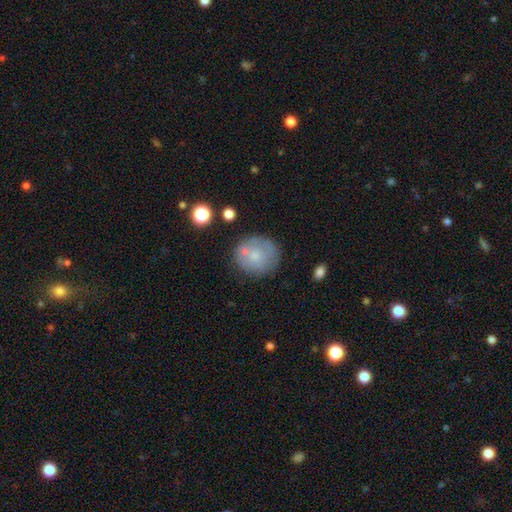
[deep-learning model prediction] Smooth or featured? Predicted: smooth (p=0.67). How rounded? Predicted: round (p=0.85). Merging? Predicted: none (p=0.65).